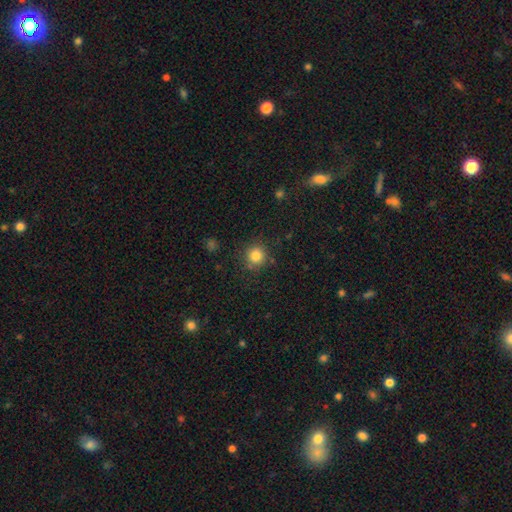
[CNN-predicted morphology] A smooth galaxy with no disk features (82%) that is round (92%). Merging: none (85%).